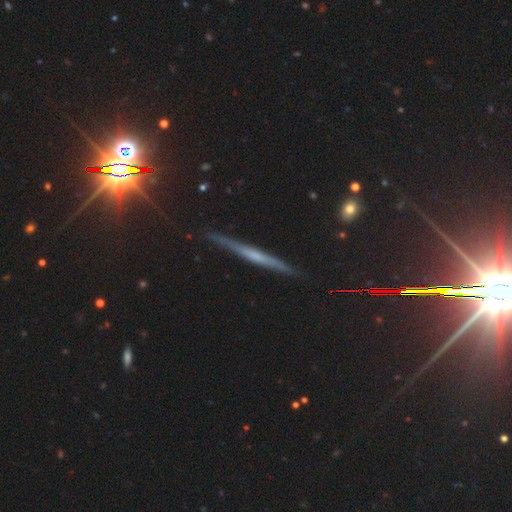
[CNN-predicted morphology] Overall: featured or disk (60%; smooth 24%). Edge-on disk: yes (96%). Edge-on bulge: none (58%; rounded 27%). Merging: none (87%).